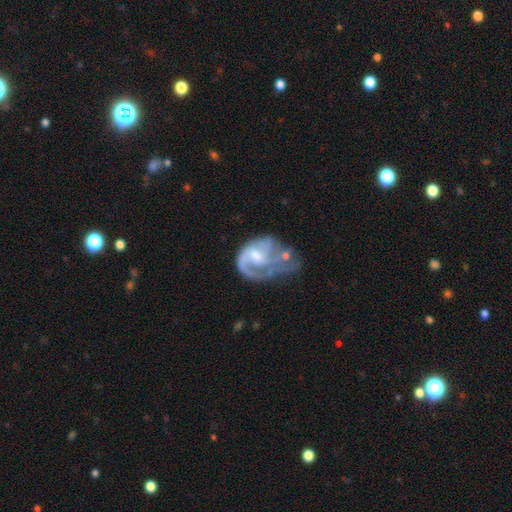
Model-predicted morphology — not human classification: This is clearly a featured or disk galaxy (80%). It is clearly not viewed edge-on (98%). Bar: possibly weak (46%). Spiral arm pattern: clearly yes (87%). Spiral arm count: marginally 1 (36%). Spiral winding: marginally medium (42%). Central bulge: possibly moderate (50%). Merging: marginally major disturbance (38%).